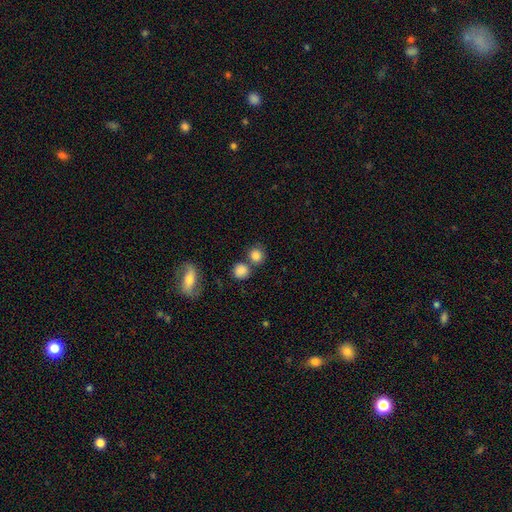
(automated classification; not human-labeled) Smooth or featured? Predicted: smooth (p=0.84). How rounded? Predicted: round (p=0.86). Merging? Predicted: none (p=0.64).